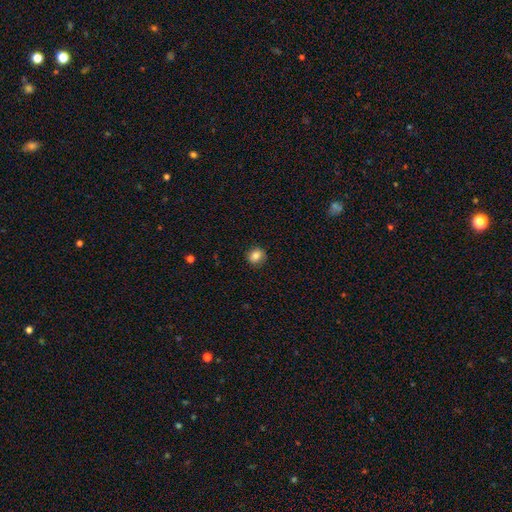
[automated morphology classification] smooth-or-featured: smooth: 82% | star or artifact: 10% | featured or disk: 8%
  how-rounded: round: 75% | in between: 24% | cigar-shaped: 1%
  merging: none: 88% | minor disturbance: 8% | major disturbance: 2% | merger: 1%